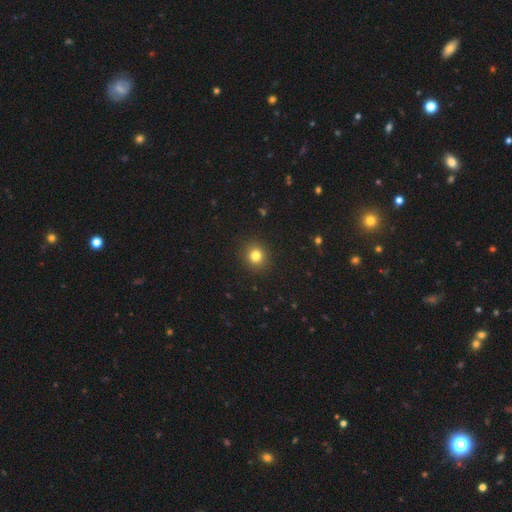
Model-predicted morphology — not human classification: Smooth or featured?
  - smooth: 80% *
  - star or artifact: 13%
  - featured or disk: 6%
How rounded?
  - round: 87% *
  - in between: 12%
  - cigar-shaped: 1%
Merging?
  - none: 92% *
  - minor disturbance: 5%
  - major disturbance: 2%
  - merger: 1%